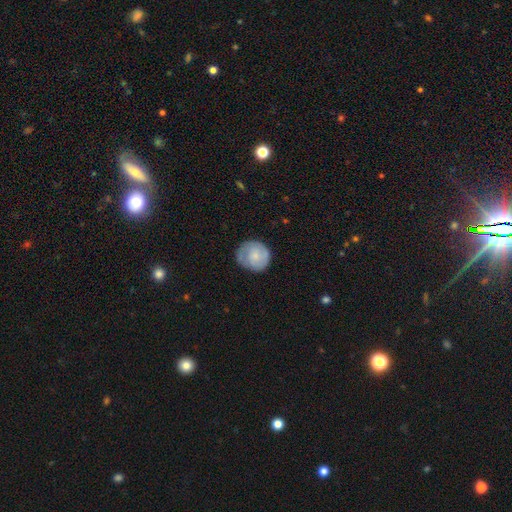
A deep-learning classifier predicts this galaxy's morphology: smooth-or-featured: smooth: 58% | featured or disk: 36% | star or artifact: 6%
  how-rounded: round: 84% | in between: 15% | cigar-shaped: 1%
  merging: none: 66% | minor disturbance: 24% | major disturbance: 8% | merger: 1%